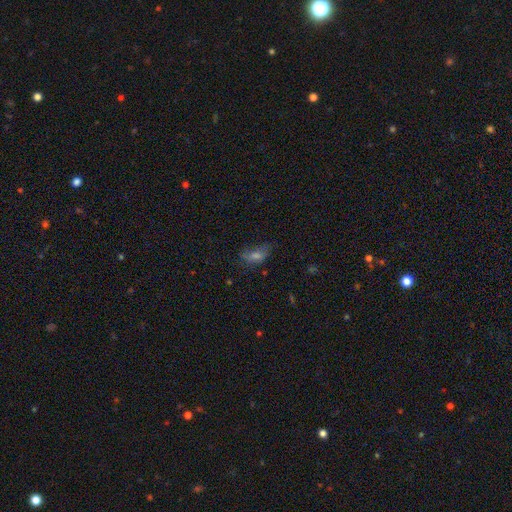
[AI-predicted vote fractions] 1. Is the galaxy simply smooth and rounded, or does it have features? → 57% smooth, 24% featured or disk, 19% star or artifact.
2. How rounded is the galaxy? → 77% in between, 16% cigar-shaped, 8% round.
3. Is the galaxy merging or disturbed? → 49% none, 28% minor disturbance, 20% major disturbance, 3% merger.